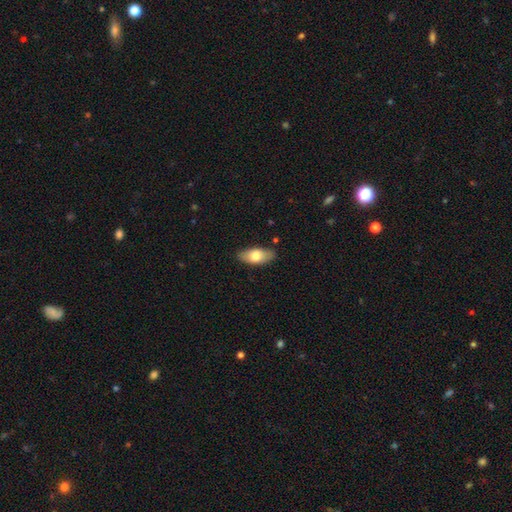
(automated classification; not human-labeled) Smooth or featured?
  - smooth: 74% *
  - featured or disk: 20%
  - star or artifact: 6%
How rounded?
  - in between: 86% *
  - cigar-shaped: 11%
  - round: 3%
Merging?
  - none: 85% *
  - minor disturbance: 11%
  - major disturbance: 2%
  - merger: 1%